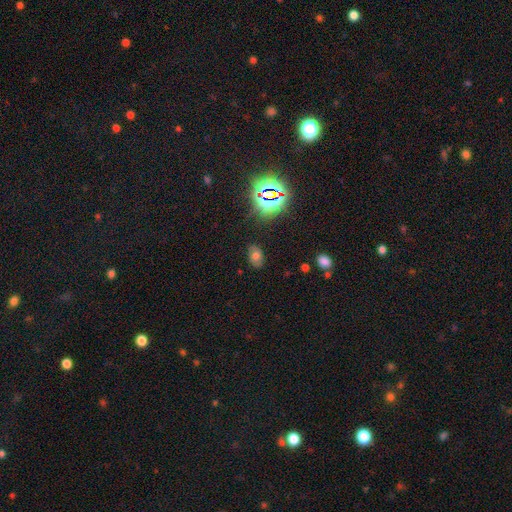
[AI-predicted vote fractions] smooth 58%, star or artifact 25%, featured or disk 17%. Down the decision tree: how rounded — in between (84%); merging — none (80%).